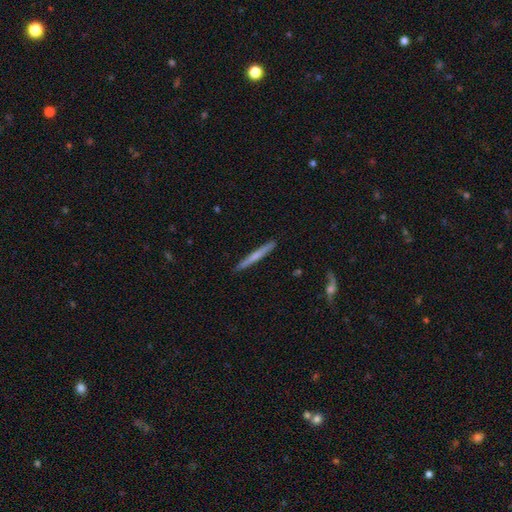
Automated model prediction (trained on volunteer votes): Smooth or featured?
  - smooth: 50% *
  - featured or disk: 44%
  - star or artifact: 5%
How rounded?
  - cigar-shaped: 97% *
  - in between: 2%
  - round: 1%
Merging?
  - none: 91% *
  - minor disturbance: 6%
  - major disturbance: 1%
  - merger: 1%